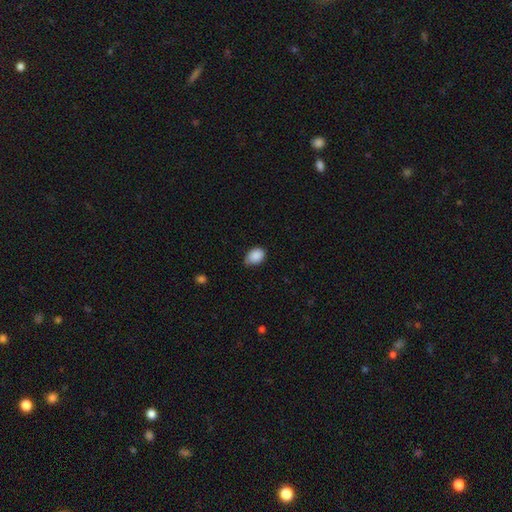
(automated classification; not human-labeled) A smooth galaxy with no disk features (88%) that is in between round and cigar-shaped (77%). Merging: none (59%).